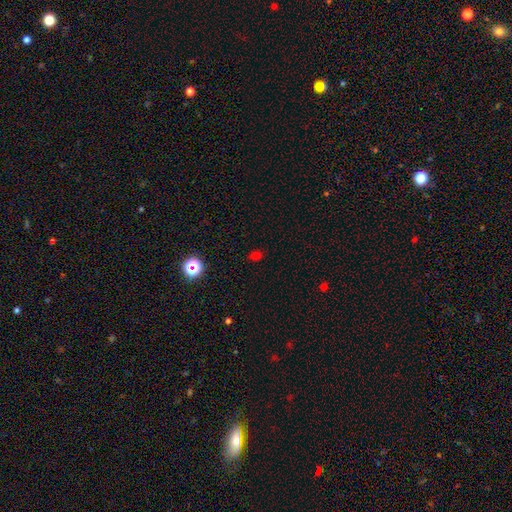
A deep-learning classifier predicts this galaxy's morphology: Smooth or featured? Predicted: smooth (p=0.60). How rounded? Predicted: round (p=0.53). Merging? Predicted: none (p=0.83).